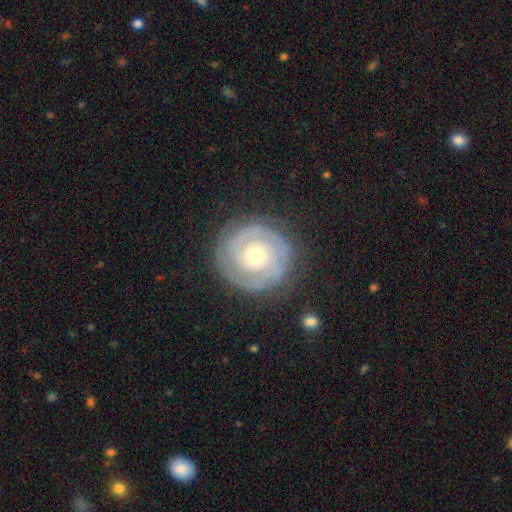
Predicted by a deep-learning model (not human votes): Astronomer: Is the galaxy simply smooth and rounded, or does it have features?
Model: featured or disk — 85%.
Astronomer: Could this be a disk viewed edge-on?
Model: no — 97%.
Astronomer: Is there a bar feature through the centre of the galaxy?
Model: no — 78%.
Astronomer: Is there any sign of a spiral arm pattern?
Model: yes — 95%.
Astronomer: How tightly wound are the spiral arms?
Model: tight — 82%.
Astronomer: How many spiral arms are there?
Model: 2 — 44% (runner-up: 3, 20%).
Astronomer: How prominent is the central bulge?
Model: moderate — 60%.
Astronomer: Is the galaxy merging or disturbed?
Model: none — 84%.